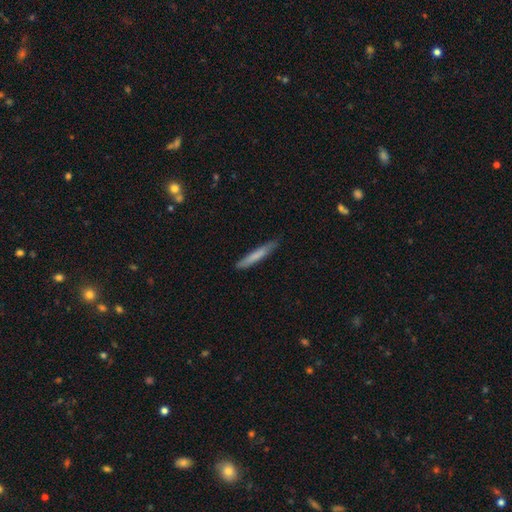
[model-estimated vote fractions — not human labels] Smooth or featured: smooth — 73% (featured or disk — 21%)
How rounded: cigar-shaped — 95% (in between — 4%)
Merging: none — 84% (minor disturbance — 12%)